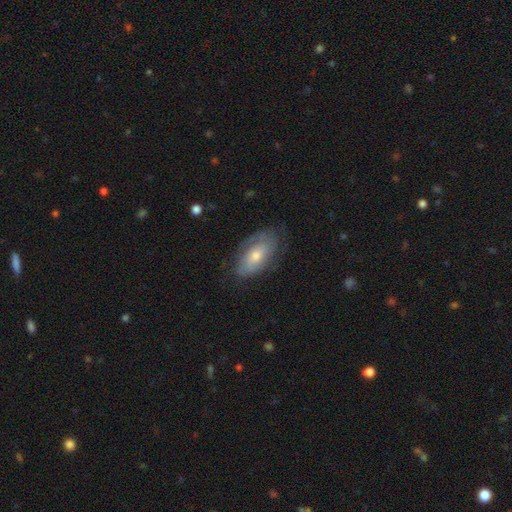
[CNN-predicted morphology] featured or disk 47%, smooth 46%, star or artifact 7%. Down the decision tree: merging — none (68%).